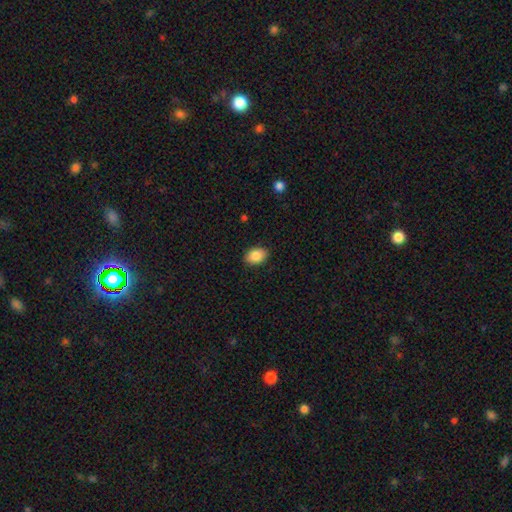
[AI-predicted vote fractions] Smooth or featured? Predicted: smooth (p=0.87). How rounded? Predicted: in between (p=0.82). Merging? Predicted: none (p=0.89).